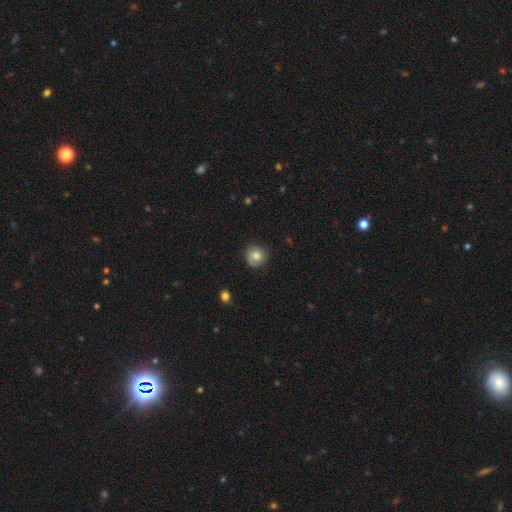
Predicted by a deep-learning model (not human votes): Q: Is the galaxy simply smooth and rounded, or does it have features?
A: smooth — 74%.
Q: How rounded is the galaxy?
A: round — 86%.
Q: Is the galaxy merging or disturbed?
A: none — 74%.